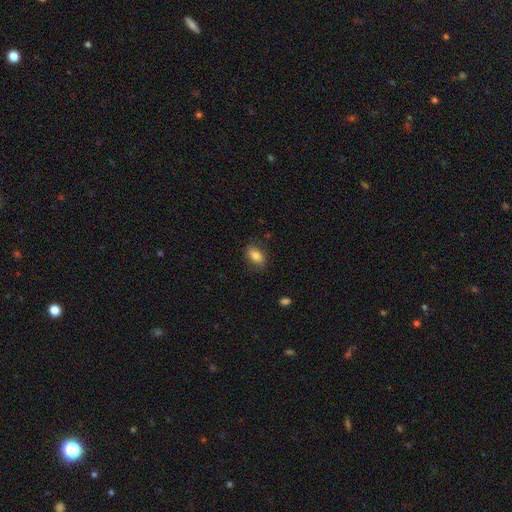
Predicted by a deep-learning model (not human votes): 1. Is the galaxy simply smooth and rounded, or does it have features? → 82% smooth, 10% featured or disk, 8% star or artifact.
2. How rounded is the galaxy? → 88% in between, 8% round, 4% cigar-shaped.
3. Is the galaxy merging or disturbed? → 81% none, 15% minor disturbance, 4% major disturbance, 1% merger.